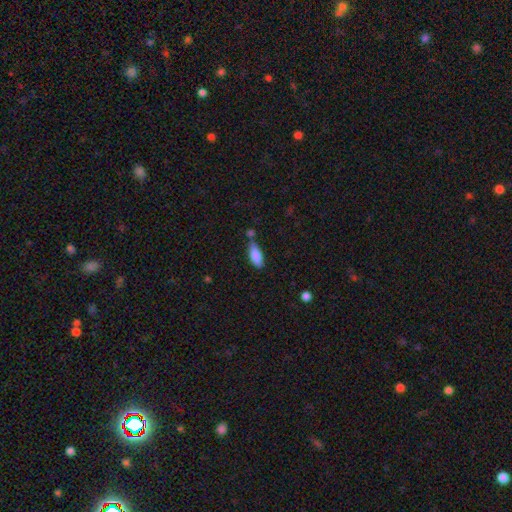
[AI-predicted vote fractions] Smooth or featured? smooth (84%)
How rounded? in between (77%)
Merging? none (59%)